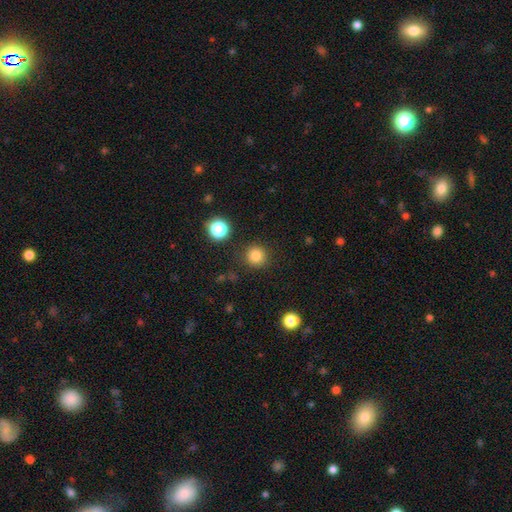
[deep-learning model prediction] Smooth or featured? smooth (83%)
How rounded? round (94%)
Merging? none (87%)